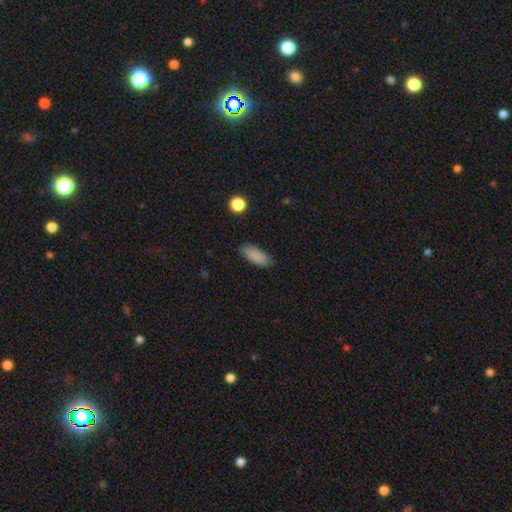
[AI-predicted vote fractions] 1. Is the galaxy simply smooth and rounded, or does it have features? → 87% smooth, 8% star or artifact, 5% featured or disk.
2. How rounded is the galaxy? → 78% in between, 20% cigar-shaped, 2% round.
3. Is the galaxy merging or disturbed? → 85% none, 11% minor disturbance, 2% major disturbance, 1% merger.